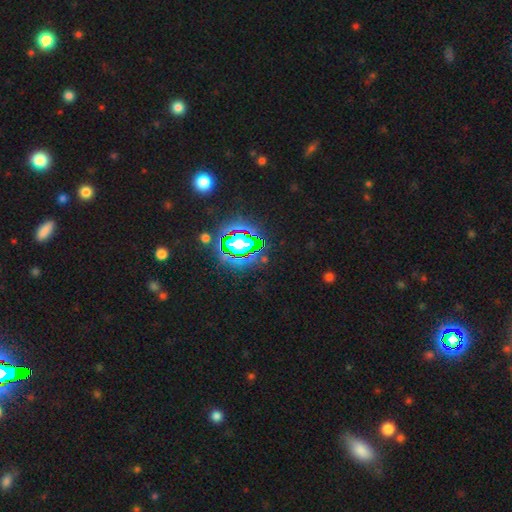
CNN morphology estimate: Smooth or featured? star or artifact (81%)